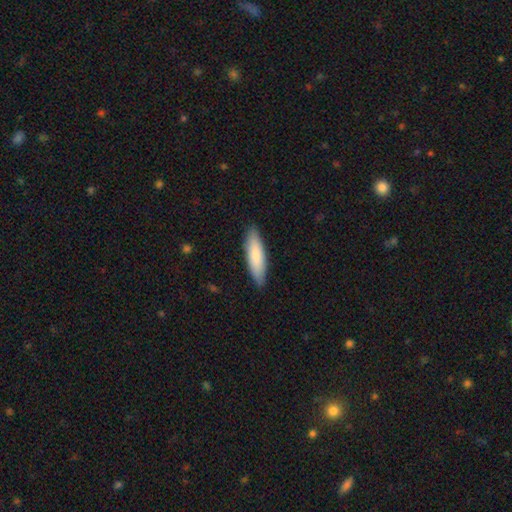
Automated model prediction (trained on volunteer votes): Q: Smooth or featured?
A: smooth (80%); runner-up: featured or disk (15%)
Q: How rounded?
A: cigar-shaped (63%); runner-up: in between (35%)
Q: Merging?
A: none (87%); runner-up: minor disturbance (10%)